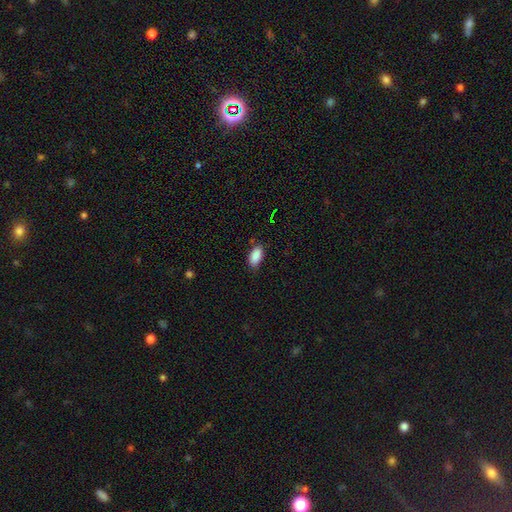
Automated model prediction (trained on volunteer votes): A smooth galaxy with no disk features (89%) that is in between round and cigar-shaped (91%).

Vote fractions:
- Smooth or featured? smooth: 89% / star or artifact: 8% / featured or disk: 4%
- How rounded? in between: 91% / cigar-shaped: 6% / round: 3%
- Merging? none: 79% / minor disturbance: 16% / major disturbance: 3% / merger: 2%